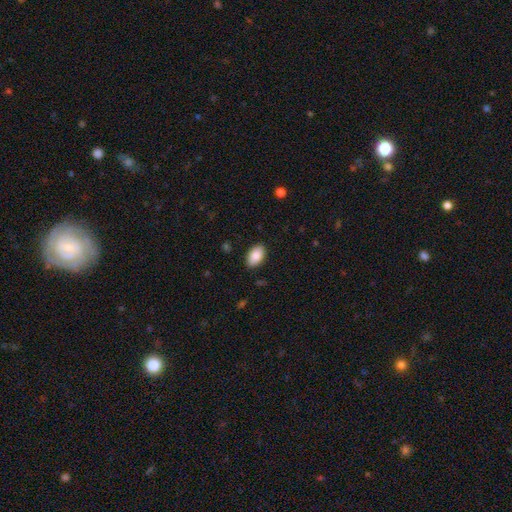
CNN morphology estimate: A smooth galaxy with no disk features (88%) that is in between round and cigar-shaped (93%).

Vote fractions:
- Smooth or featured? smooth: 88% / star or artifact: 7% / featured or disk: 6%
- How rounded? in between: 93% / round: 6% / cigar-shaped: 1%
- Merging? none: 88% / minor disturbance: 9% / major disturbance: 2% / merger: 1%